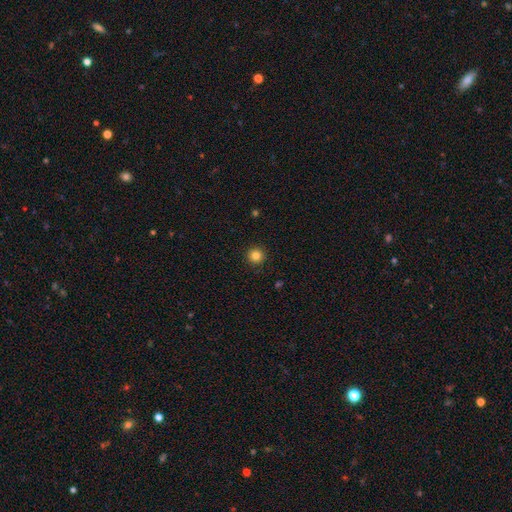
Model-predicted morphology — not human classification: Smooth or featured: smooth — 84% (star or artifact — 12%)
How rounded: round — 96% (in between — 3%)
Merging: none — 92% (minor disturbance — 5%)